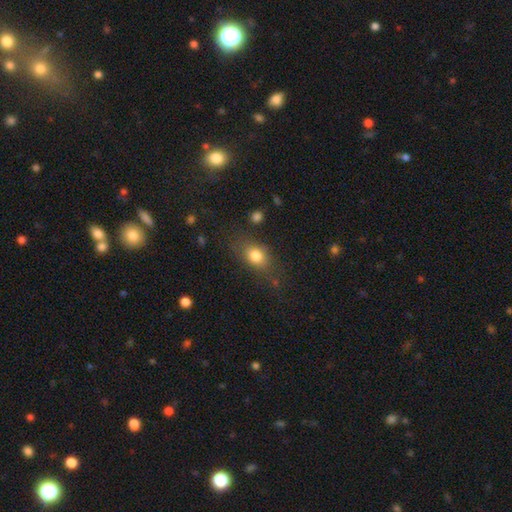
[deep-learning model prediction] The model was most divided on "how rounded": in between: 66%, round: 30%, cigar-shaped: 4%. More confident: smooth or featured — smooth (80%); merging — none (69%).